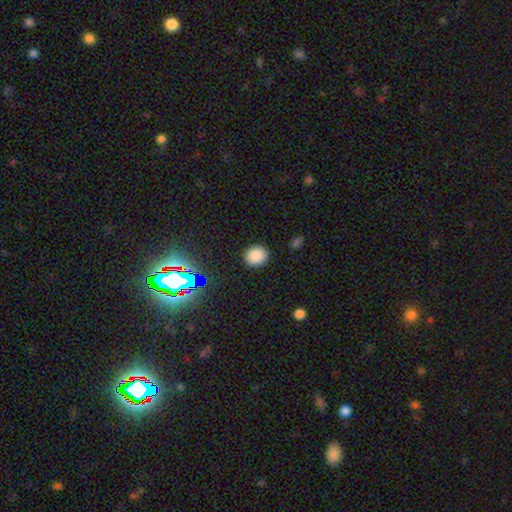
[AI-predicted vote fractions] Smooth or featured: smooth — 84% (star or artifact — 12%)
How rounded: round — 72% (in between — 27%)
Merging: none — 90% (minor disturbance — 7%)